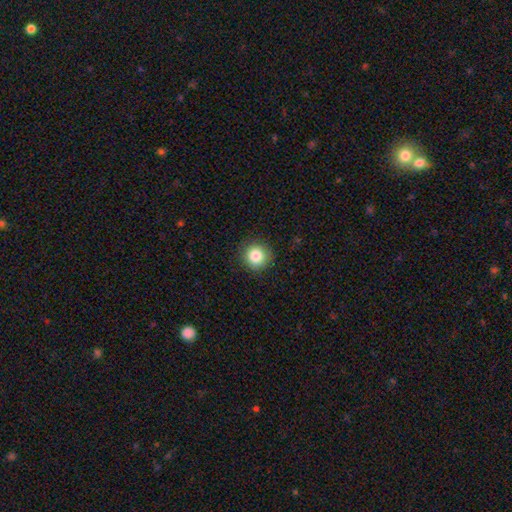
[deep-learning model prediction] Smooth or featured? smooth (84%)
How rounded? round (94%)
Merging? none (89%)